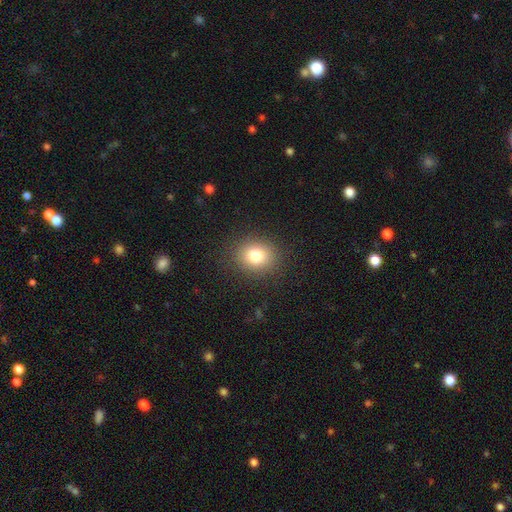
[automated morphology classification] Q: Smooth or featured?
A: smooth (79%); runner-up: star or artifact (12%)
Q: How rounded?
A: round (69%); runner-up: in between (30%)
Q: Merging?
A: none (89%); runner-up: minor disturbance (7%)